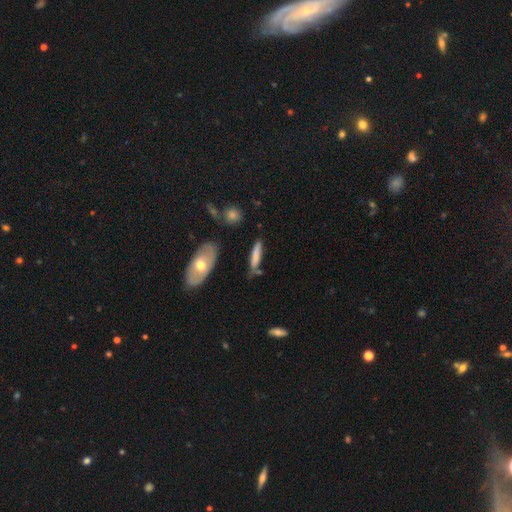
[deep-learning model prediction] A smooth galaxy with no disk features (69%) that is cigar-shaped (77%).

Vote fractions:
- Smooth or featured? smooth: 69% / featured or disk: 24% / star or artifact: 7%
- How rounded? cigar-shaped: 77% / in between: 20% / round: 2%
- Merging? none: 66% / minor disturbance: 20% / merger: 8% / major disturbance: 5%